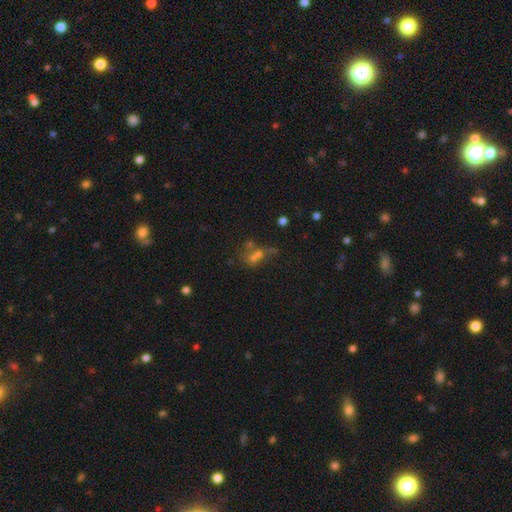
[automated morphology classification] smooth_or_featured: smooth (p=0.47) [alt: featured or disk p=0.29]
merging: merger (p=0.49) [alt: none p=0.28]